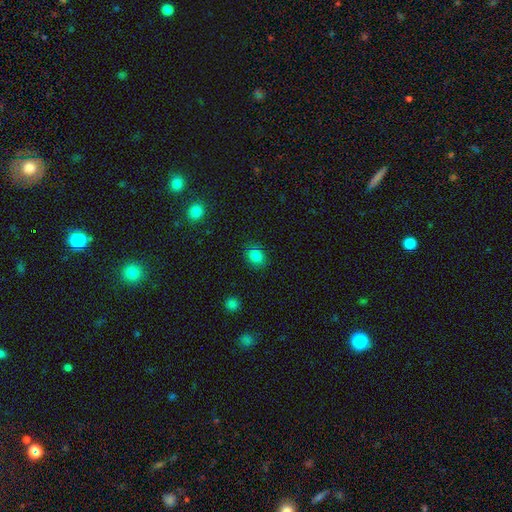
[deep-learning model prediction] Morphology: type=smooth (83%); roundness=round (57%); merging=none (86%).